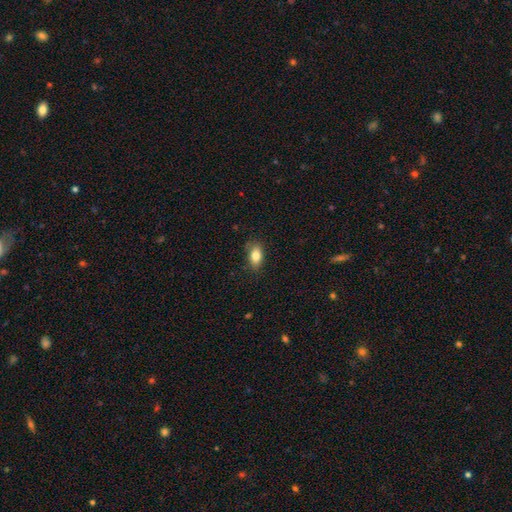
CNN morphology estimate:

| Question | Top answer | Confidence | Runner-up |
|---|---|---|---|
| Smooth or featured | smooth | 81% | featured or disk (11%) |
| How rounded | in between | 87% | round (8%) |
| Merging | none | 80% | minor disturbance (15%) |